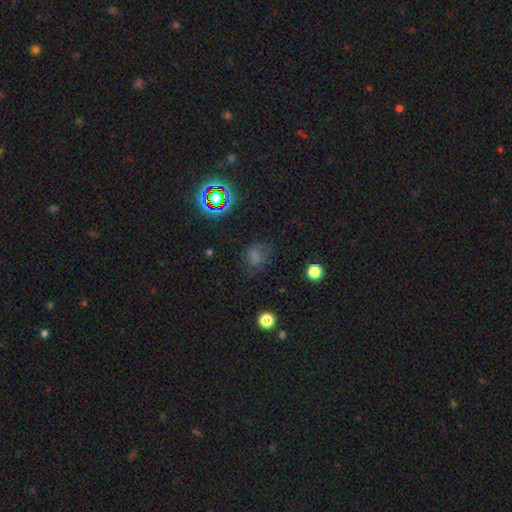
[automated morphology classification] This appears to be a smooth galaxy with no disk features (51%) that is round (54%). Merging: none (66%).